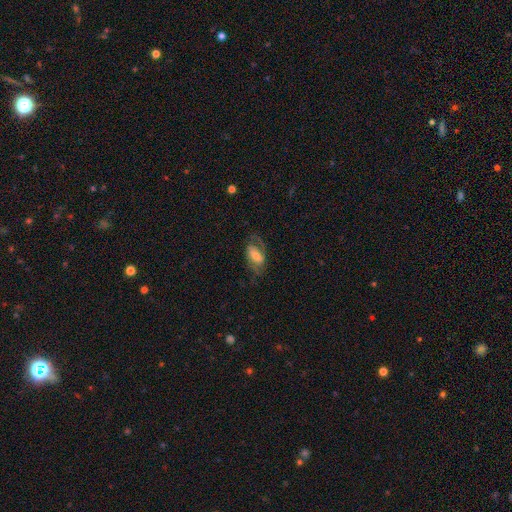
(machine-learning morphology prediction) A featured or disk galaxy (61%) with a weak bar (40%), spiral arms (82%) and a moderate central bulge (45%). Merging: none (63%).